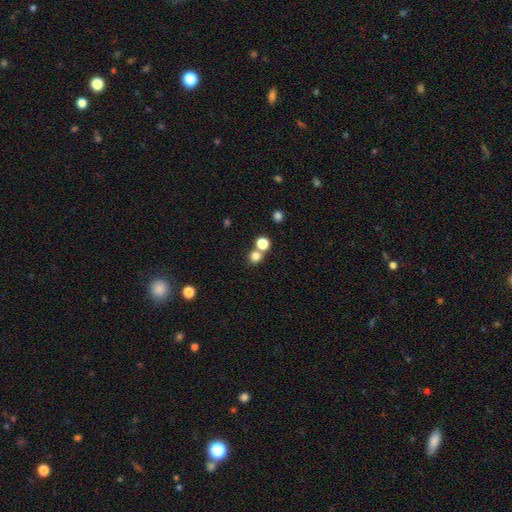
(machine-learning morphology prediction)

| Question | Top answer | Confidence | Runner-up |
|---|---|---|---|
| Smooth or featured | smooth | 78% | star or artifact (15%) |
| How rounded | round | 85% | in between (14%) |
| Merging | none | 58% | merger (32%) |